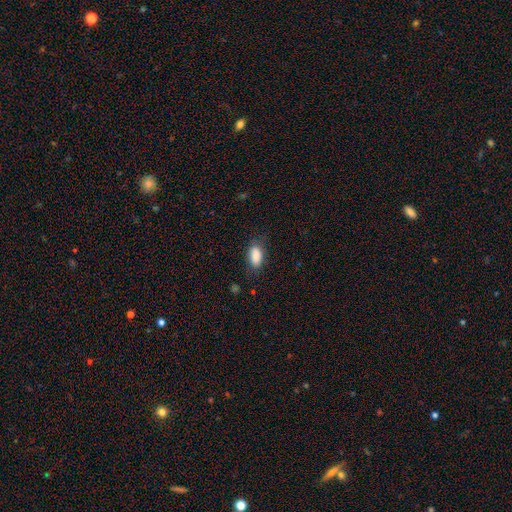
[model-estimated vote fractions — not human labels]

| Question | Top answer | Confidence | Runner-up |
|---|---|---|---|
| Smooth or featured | smooth | 87% | star or artifact (7%) |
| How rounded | in between | 91% | cigar-shaped (5%) |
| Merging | none | 74% | minor disturbance (19%) |